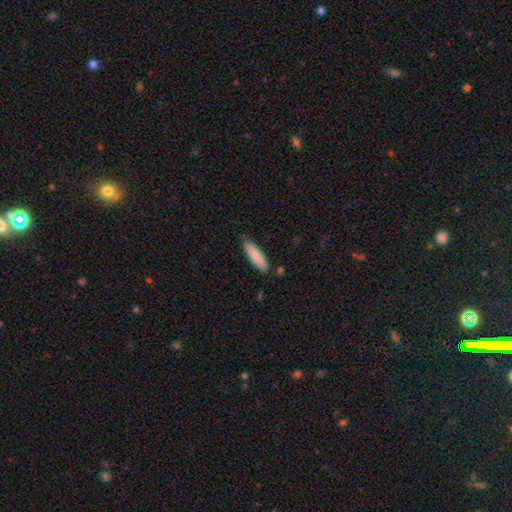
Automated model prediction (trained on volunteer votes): This appears to be a smooth galaxy with no disk features (87%) that is cigar-shaped (62%). Merging: none (83%).